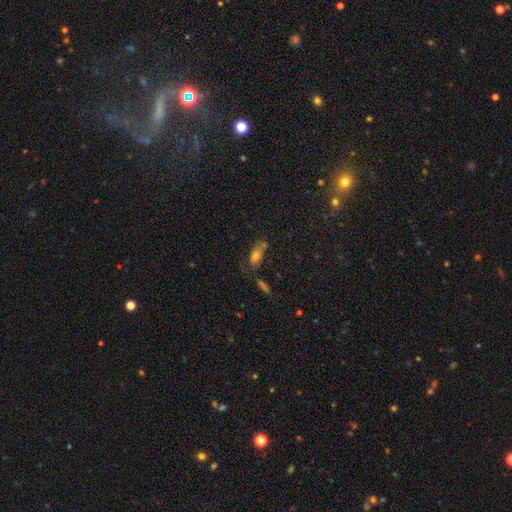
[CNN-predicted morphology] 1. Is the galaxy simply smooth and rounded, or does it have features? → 70% smooth, 16% featured or disk, 14% star or artifact.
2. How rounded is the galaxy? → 79% in between, 14% cigar-shaped, 7% round.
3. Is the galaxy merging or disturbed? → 46% none, 24% merger, 19% minor disturbance, 10% major disturbance.